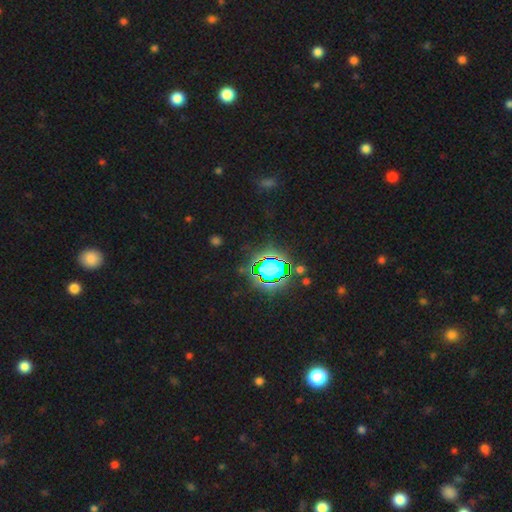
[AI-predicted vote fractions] smooth-or-featured: star or artifact: 80% | smooth: 13% | featured or disk: 7%